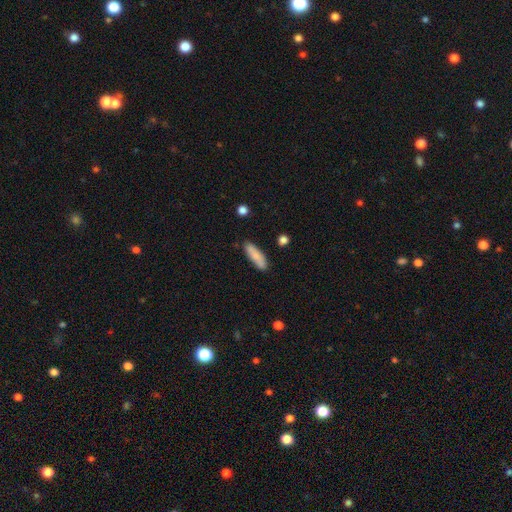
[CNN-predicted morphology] Q: Smooth or featured?
A: smooth (81%); runner-up: featured or disk (13%)
Q: How rounded?
A: cigar-shaped (53%); runner-up: in between (45%)
Q: Merging?
A: none (82%); runner-up: minor disturbance (13%)